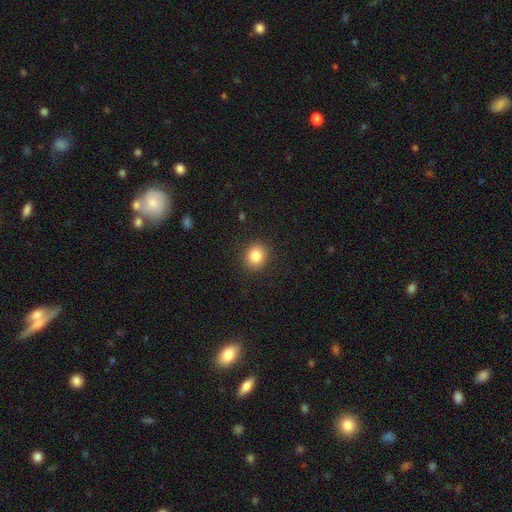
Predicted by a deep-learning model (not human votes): Smooth or featured? smooth (85%)
How rounded? round (75%)
Merging? none (90%)